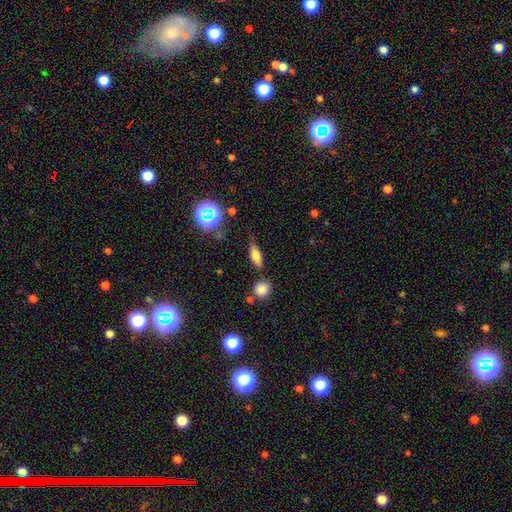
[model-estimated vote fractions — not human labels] Smooth or featured? Predicted: smooth (p=0.66). How rounded? Predicted: in between (p=0.59). Merging? Predicted: none (p=0.67).